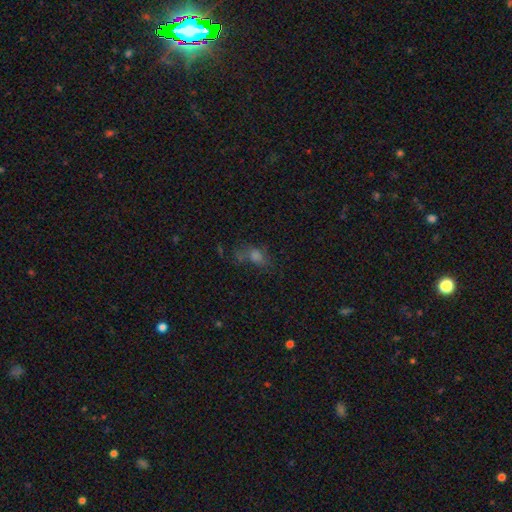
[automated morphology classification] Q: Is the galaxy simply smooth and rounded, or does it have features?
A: smooth — 54%.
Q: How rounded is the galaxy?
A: in between — 68%.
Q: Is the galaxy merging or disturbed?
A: none — 45%.